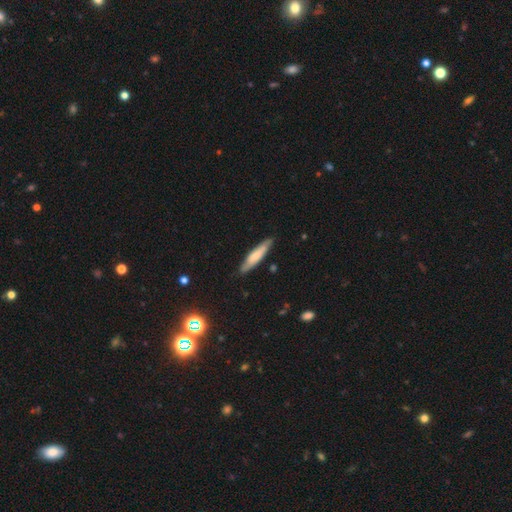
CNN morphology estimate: Smooth or featured: smooth — 66% (featured or disk — 29%)
How rounded: cigar-shaped — 84% (in between — 15%)
Merging: none — 84% (minor disturbance — 13%)